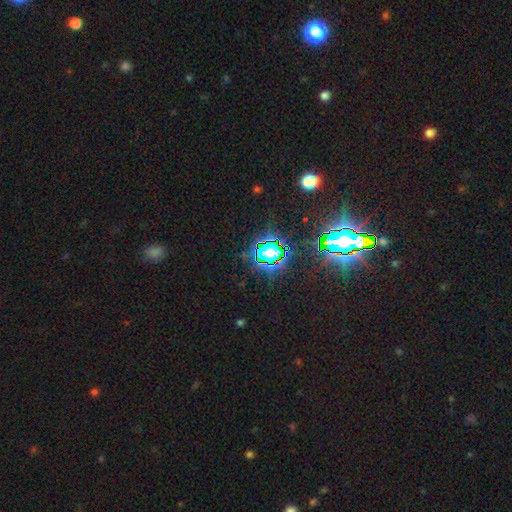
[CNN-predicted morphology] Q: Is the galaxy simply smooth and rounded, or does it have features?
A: star or artifact — 82%.